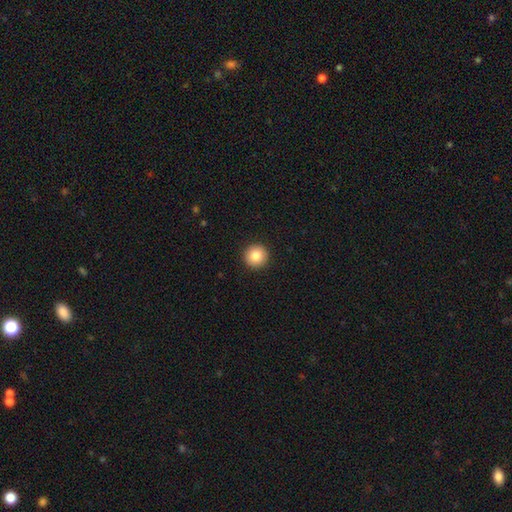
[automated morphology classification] A smooth galaxy with no disk features (84%) that is round (95%). Merging: none (93%).